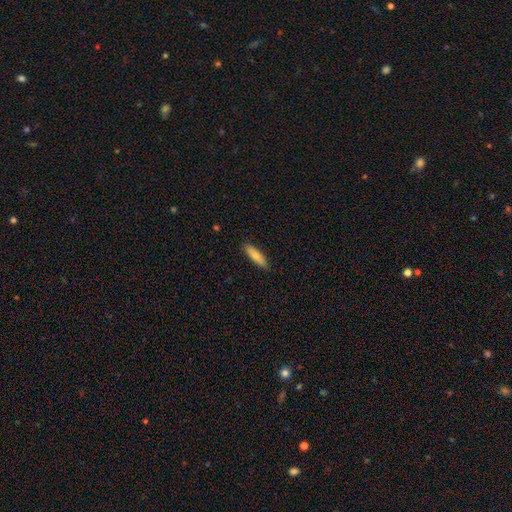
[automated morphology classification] smooth-or-featured: smooth: 73% | featured or disk: 21% | star or artifact: 6%
  how-rounded: cigar-shaped: 57% | in between: 41% | round: 2%
  merging: none: 88% | minor disturbance: 9% | major disturbance: 2% | merger: 1%